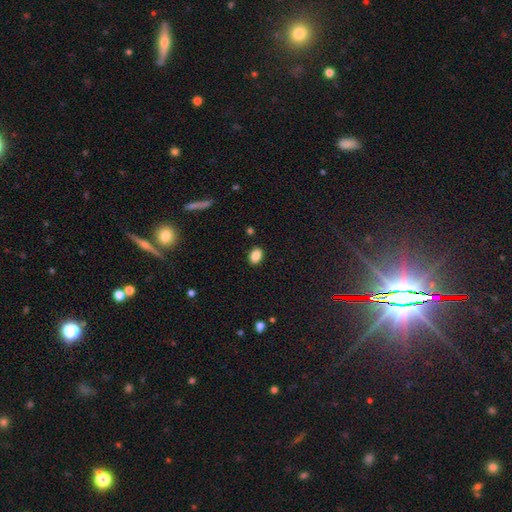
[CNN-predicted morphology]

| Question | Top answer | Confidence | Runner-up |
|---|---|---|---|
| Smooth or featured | smooth | 87% | star or artifact (9%) |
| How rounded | in between | 78% | round (21%) |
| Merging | none | 88% | minor disturbance (8%) |